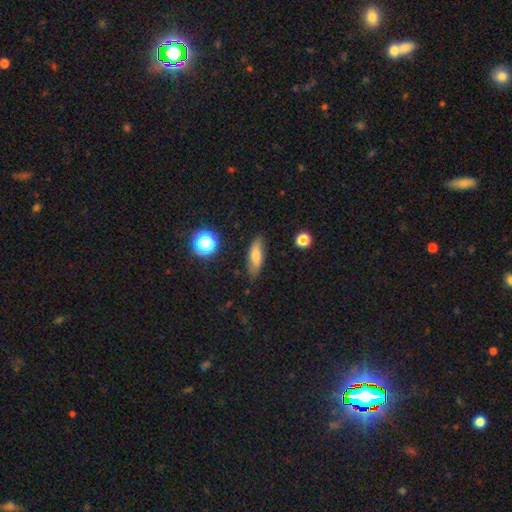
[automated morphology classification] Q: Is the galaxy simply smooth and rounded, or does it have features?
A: smooth — 71%.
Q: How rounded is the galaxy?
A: in between — 54%.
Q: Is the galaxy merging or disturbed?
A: none — 82%.